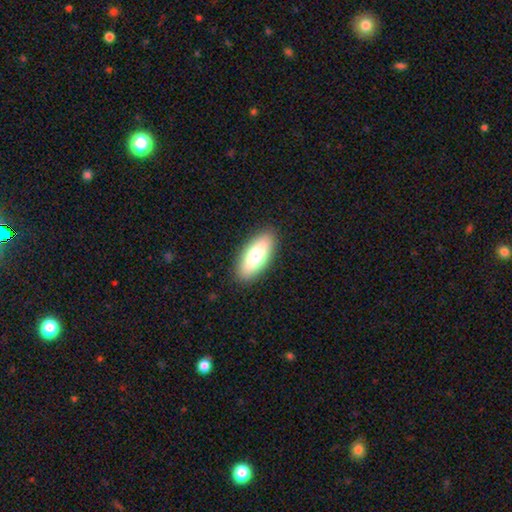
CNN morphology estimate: A smooth galaxy with no disk features (73%) that is in between round and cigar-shaped (79%). Merging: none (89%).